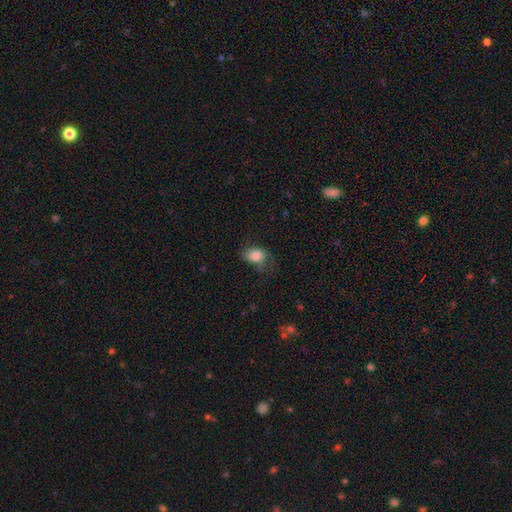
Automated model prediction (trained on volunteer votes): Morphology: type=smooth (80%); roundness=in between (74%); merging=none (43%).